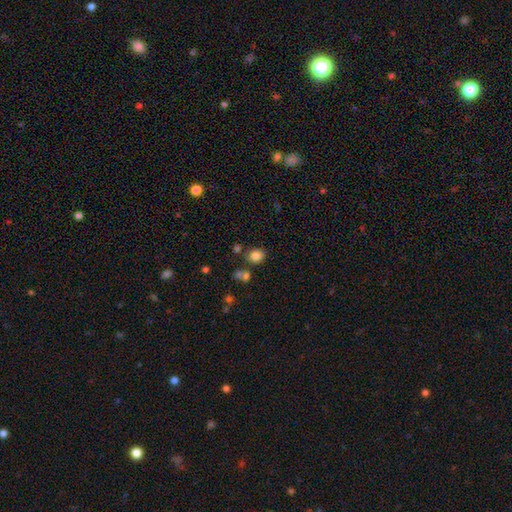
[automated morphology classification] smooth_or_featured: smooth (p=0.82) [alt: star or artifact p=0.12]
how_rounded: round (p=0.67) [alt: in between p=0.32]
merging: none (p=0.74) [alt: minor disturbance p=0.12]